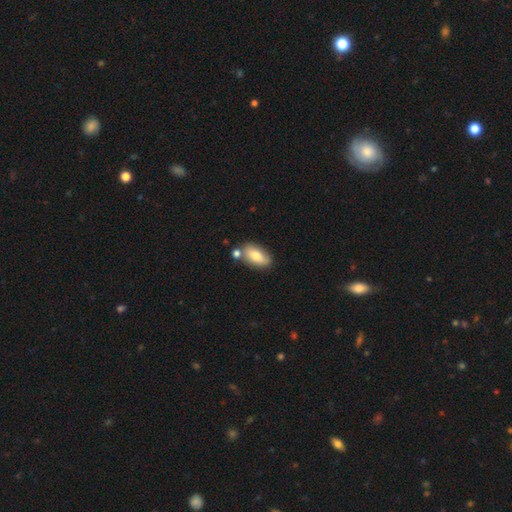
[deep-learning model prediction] Overall: smooth (74%). How rounded: in between (90%). Merging: none (66%).